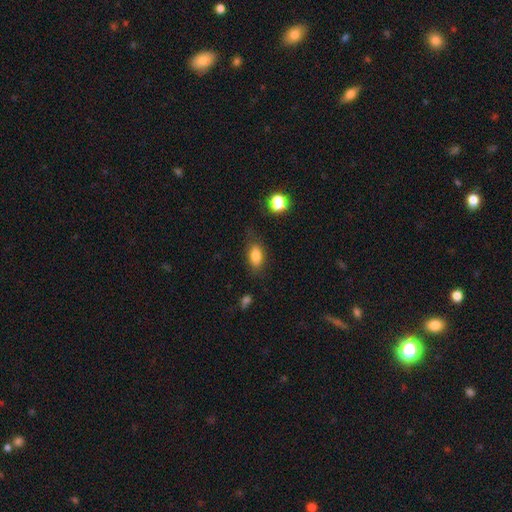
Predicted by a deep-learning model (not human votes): A smooth galaxy with no disk features (82%) that is in between round and cigar-shaped (86%).

Vote fractions:
- Smooth or featured? smooth: 82% / featured or disk: 9% / star or artifact: 9%
- How rounded? in between: 86% / round: 8% / cigar-shaped: 6%
- Merging? none: 76% / minor disturbance: 16% / major disturbance: 5% / merger: 2%